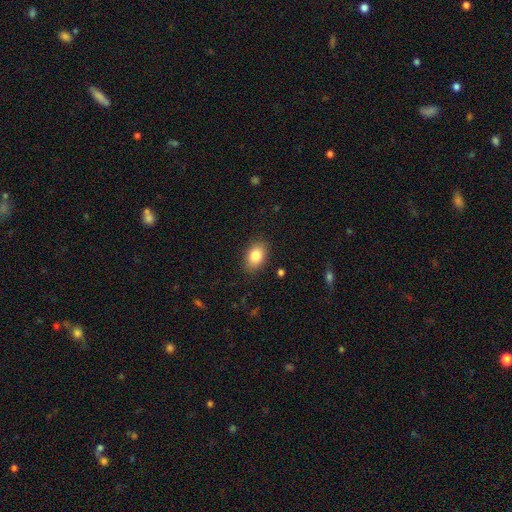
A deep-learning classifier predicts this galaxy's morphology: type=smooth (83%); roundness=in between (83%); merging=none (87%).